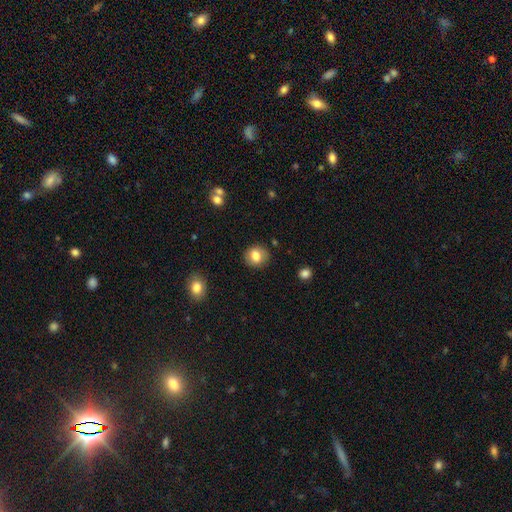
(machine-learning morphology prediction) type=smooth (77%); roundness=round (75%); merging=none (87%).